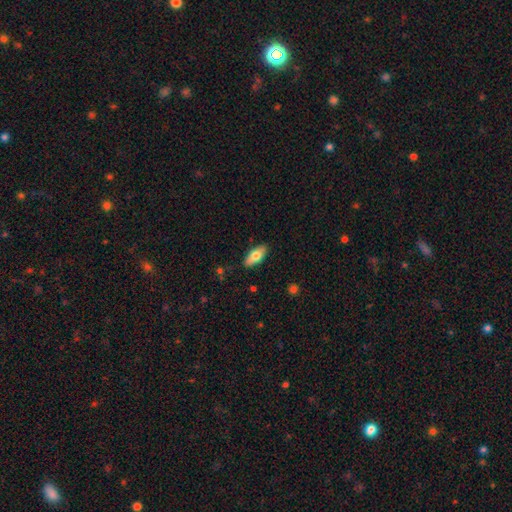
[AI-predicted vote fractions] Smooth or featured? smooth (72%)
How rounded? in between (85%)
Merging? none (87%)